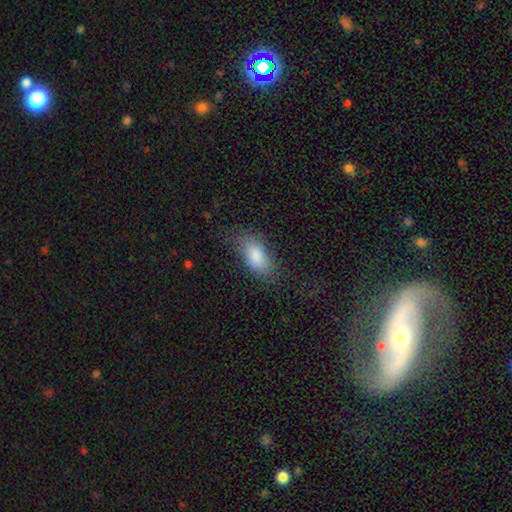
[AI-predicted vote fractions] smooth_or_featured: smooth (p=0.83) [alt: featured or disk p=0.09]
how_rounded: in between (p=0.89) [alt: cigar-shaped p=0.06]
merging: none (p=0.64) [alt: minor disturbance p=0.23]